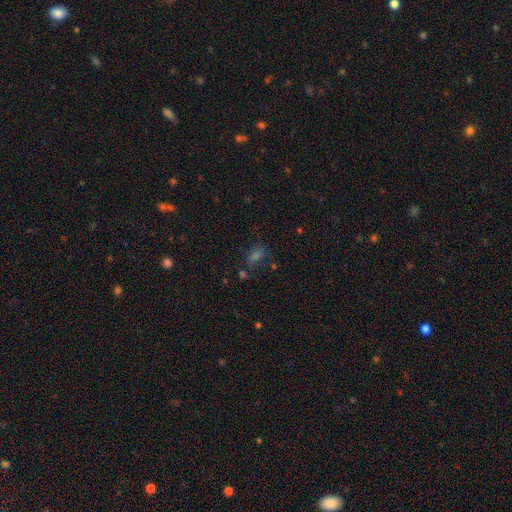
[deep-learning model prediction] smooth 51%, star or artifact 36%, featured or disk 13%. Down the decision tree: how rounded — in between (75%); merging — none (71%).